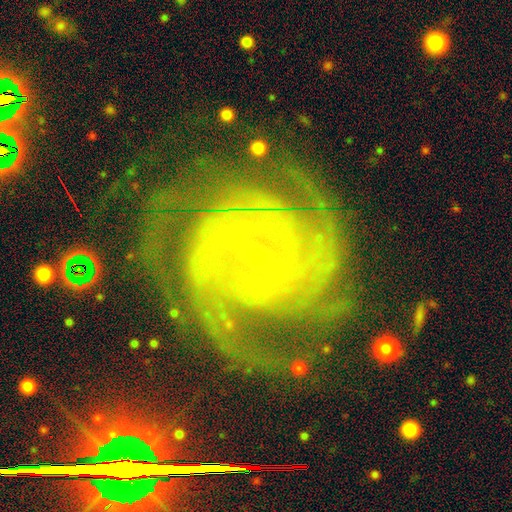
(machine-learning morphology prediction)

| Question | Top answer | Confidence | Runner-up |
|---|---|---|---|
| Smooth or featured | featured or disk | 88% | star or artifact (8%) |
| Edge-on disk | no | 97% | yes (3%) |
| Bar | weak | 43% | strong (38%) |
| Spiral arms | yes | 98% | no (2%) |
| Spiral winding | tight | 66% | medium (29%) |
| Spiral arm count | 2 | 27% | 3 (20%) |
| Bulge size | small | 85% | moderate (9%) |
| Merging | none | 65% | minor disturbance (18%) |